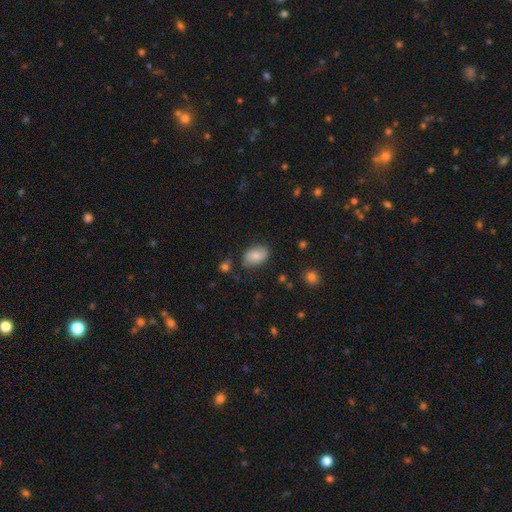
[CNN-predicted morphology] A smooth galaxy with no disk features (80%) that is in between round and cigar-shaped (87%). Merging: none (75%).